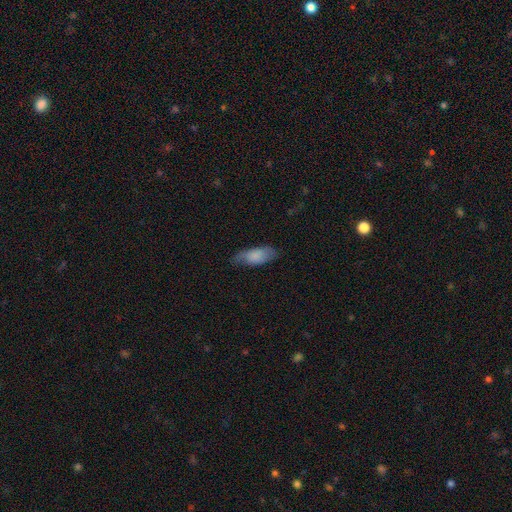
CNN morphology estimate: This is likely a smooth galaxy (72%). How rounded: clearly in between (82%). Merging: likely none (62%).